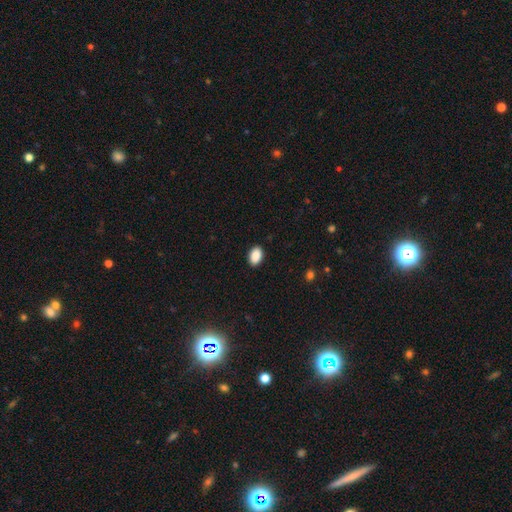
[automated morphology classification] Smooth or featured? Predicted: smooth (p=0.90). How rounded? Predicted: in between (p=0.90). Merging? Predicted: none (p=0.90).